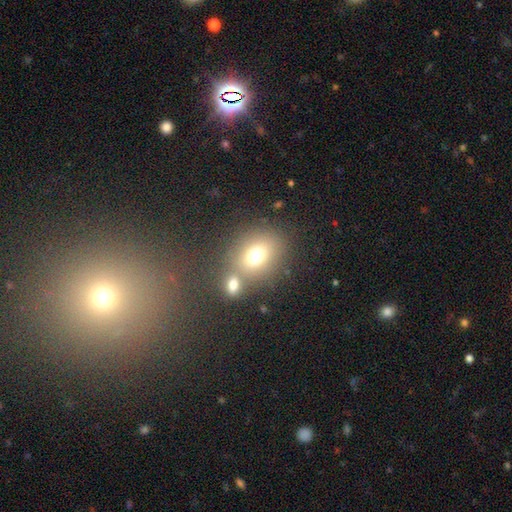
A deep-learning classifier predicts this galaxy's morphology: A smooth galaxy with no disk features (72%) that is round (53%).

Vote fractions:
- Smooth or featured? smooth: 72% / star or artifact: 14% / featured or disk: 14%
- How rounded? round: 53% / in between: 46% / cigar-shaped: 1%
- Merging? none: 53% / merger: 31% / minor disturbance: 10% / major disturbance: 6%